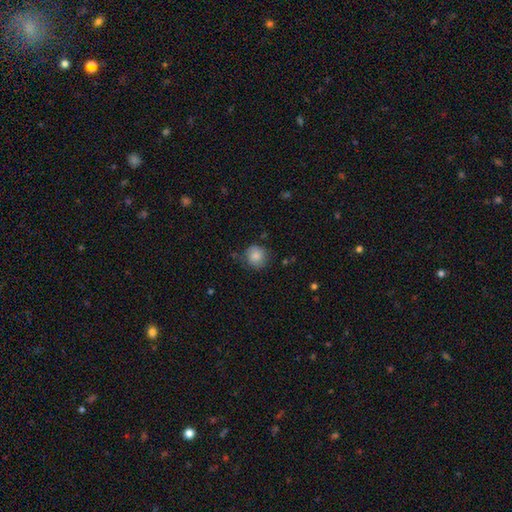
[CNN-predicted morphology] smooth_or_featured: smooth (p=0.82) [alt: featured or disk p=0.10]
how_rounded: round (p=0.86) [alt: in between p=0.13]
merging: none (p=0.69) [alt: minor disturbance p=0.22]